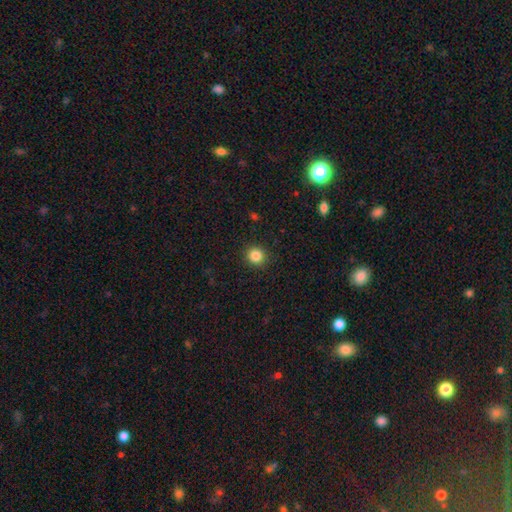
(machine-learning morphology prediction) Smooth or featured? smooth (85%)
How rounded? round (92%)
Merging? none (91%)